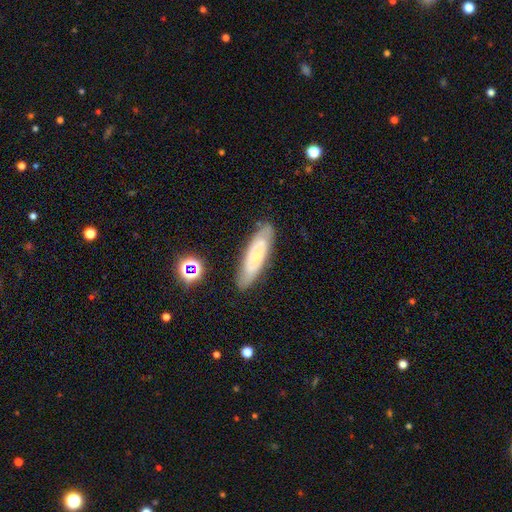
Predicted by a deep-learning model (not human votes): Smooth or featured: featured or disk — 46% (tied with smooth — 46%)
Merging: none — 81% (minor disturbance — 14%)